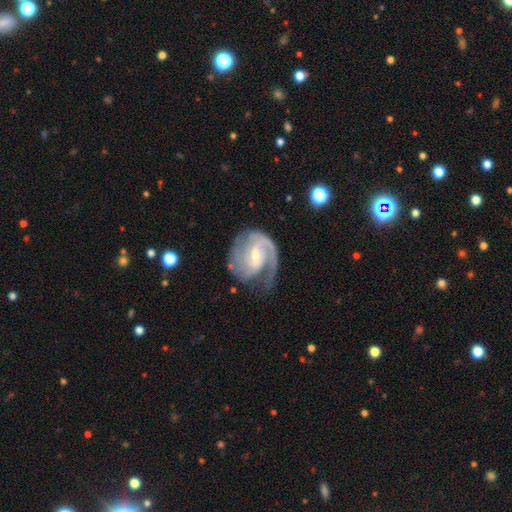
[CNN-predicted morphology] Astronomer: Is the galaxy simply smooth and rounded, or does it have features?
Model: featured or disk — 91%.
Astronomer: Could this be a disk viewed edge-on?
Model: no — 98%.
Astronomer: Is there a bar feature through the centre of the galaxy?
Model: weak — 52%.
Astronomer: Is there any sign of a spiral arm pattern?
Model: yes — 98%.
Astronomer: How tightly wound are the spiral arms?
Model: tight — 49% (runner-up: medium, 42%).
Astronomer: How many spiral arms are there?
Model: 2 — 58%.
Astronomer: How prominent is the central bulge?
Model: small — 61%.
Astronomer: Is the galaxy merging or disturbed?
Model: none — 62%.